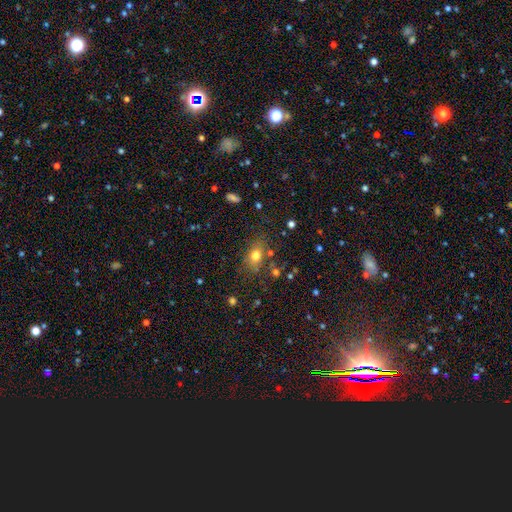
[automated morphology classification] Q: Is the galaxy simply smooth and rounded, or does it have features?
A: smooth — 75%.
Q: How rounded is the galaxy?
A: in between — 66%.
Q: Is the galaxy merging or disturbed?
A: none — 74%.